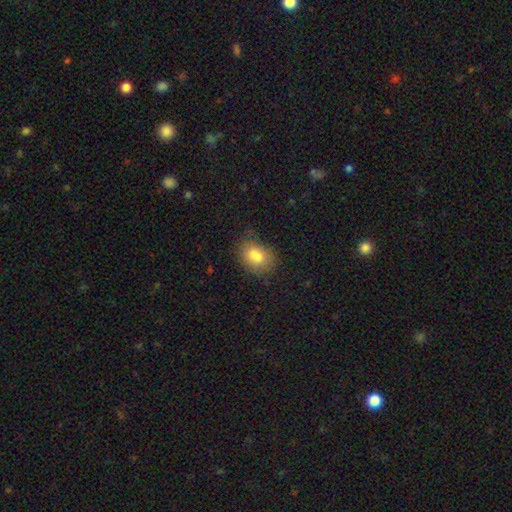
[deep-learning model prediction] smooth_or_featured: smooth (p=0.75) [alt: featured or disk p=0.15]
how_rounded: in between (p=0.74) [alt: round p=0.25]
merging: none (p=0.50) [alt: merger p=0.25]